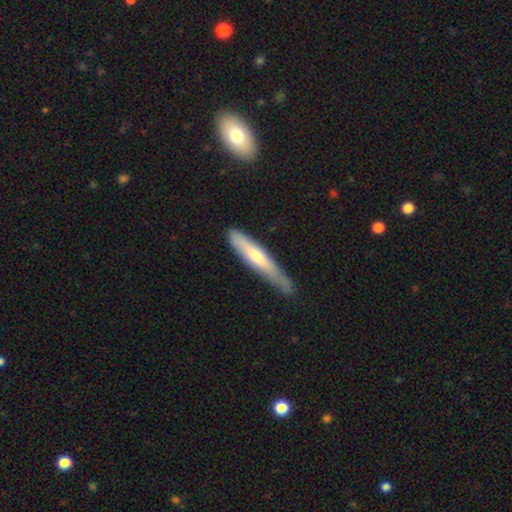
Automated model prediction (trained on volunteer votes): The model was most divided on "smooth or featured": smooth: 48%, featured or disk: 45%, star or artifact: 7%. More confident: merging — none (67%).